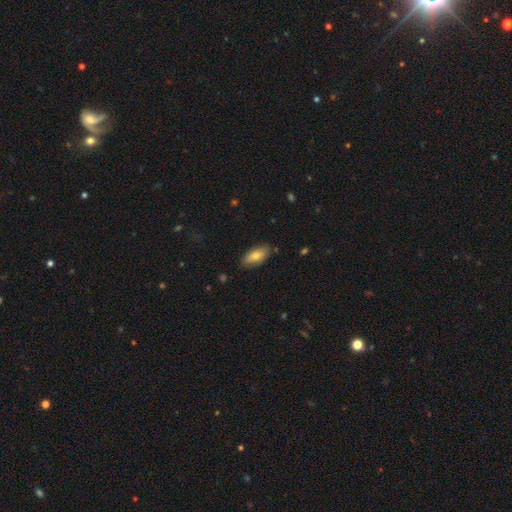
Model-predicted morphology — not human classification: smooth-or-featured: smooth: 67% | featured or disk: 26% | star or artifact: 7%
  how-rounded: in between: 86% | cigar-shaped: 11% | round: 3%
  merging: none: 82% | minor disturbance: 14% | major disturbance: 2% | merger: 1%